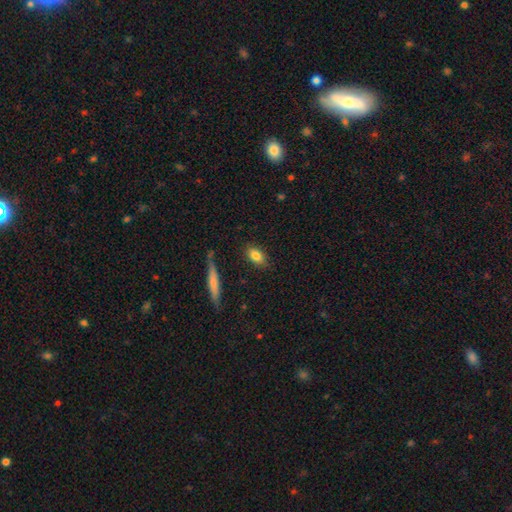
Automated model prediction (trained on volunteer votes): Q: Smooth or featured?
A: smooth (81%); runner-up: featured or disk (12%)
Q: How rounded?
A: in between (83%); runner-up: cigar-shaped (9%)
Q: Merging?
A: none (84%); runner-up: minor disturbance (11%)